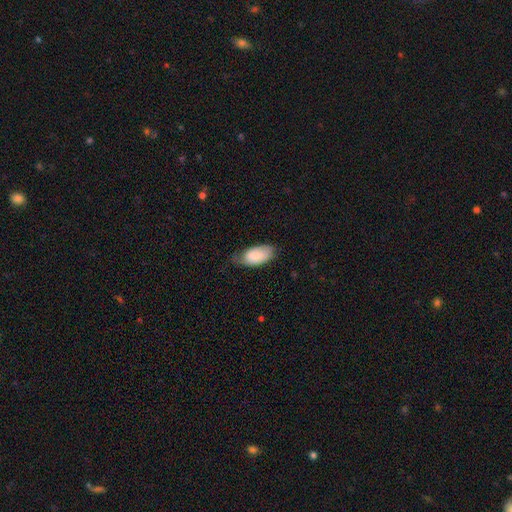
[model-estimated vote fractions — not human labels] Smooth or featured? Predicted: smooth (p=0.82). How rounded? Predicted: in between (p=0.94). Merging? Predicted: none (p=0.45).